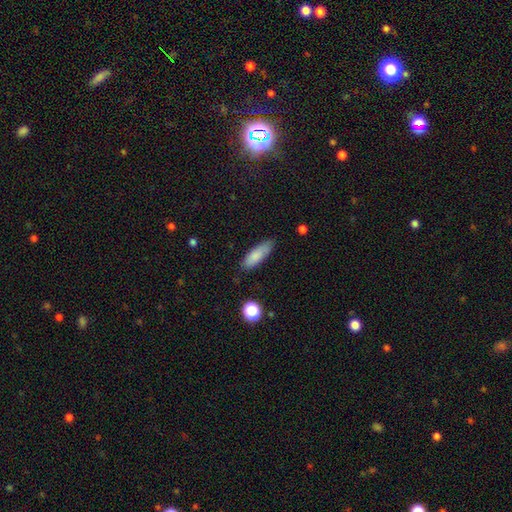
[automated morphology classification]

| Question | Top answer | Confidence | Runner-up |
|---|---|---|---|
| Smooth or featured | smooth | 81% | featured or disk (11%) |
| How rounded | in between | 57% | cigar-shaped (41%) |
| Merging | none | 72% | minor disturbance (22%) |